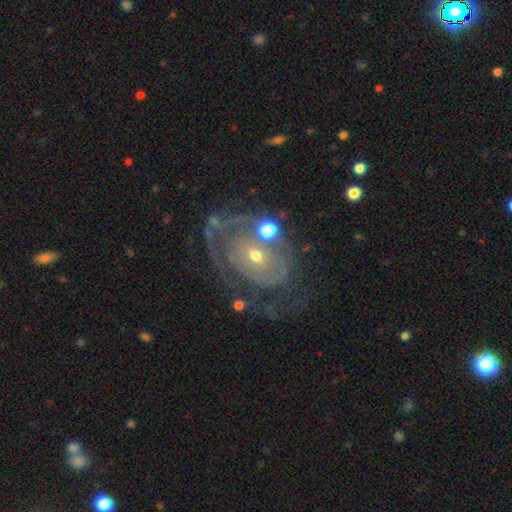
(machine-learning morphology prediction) Q: Smooth or featured?
A: featured or disk (79%); runner-up: smooth (13%)
Q: Edge-on disk?
A: no (96%); runner-up: yes (4%)
Q: Bar?
A: no (73%); runner-up: weak (21%)
Q: Spiral arms?
A: yes (73%); runner-up: no (27%)
Q: Spiral winding?
A: tight (65%); runner-up: medium (24%)
Q: Spiral arm count?
A: can't tell (43%); runner-up: 2 (27%)
Q: Bulge size?
A: small (56%); runner-up: moderate (39%)
Q: Merging?
A: none (45%); runner-up: major disturbance (25%)